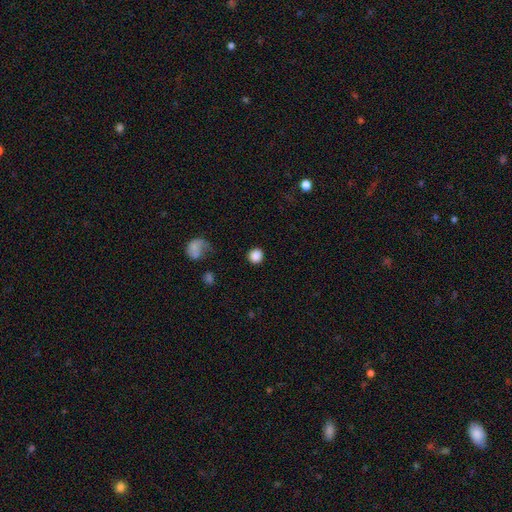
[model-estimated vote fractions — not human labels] This appears to be a smooth galaxy with no disk features (86%) that is round (92%). Merging: none (89%).